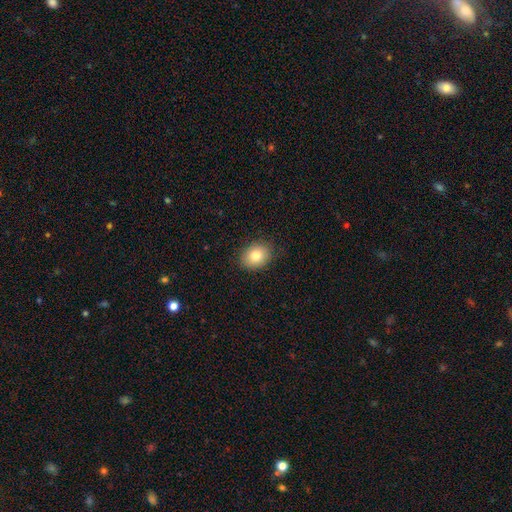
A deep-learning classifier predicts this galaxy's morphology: smooth_or_featured: smooth (p=0.80) [alt: featured or disk p=0.11]
how_rounded: in between (p=0.55) [alt: round p=0.44]
merging: none (p=0.87) [alt: minor disturbance p=0.10]